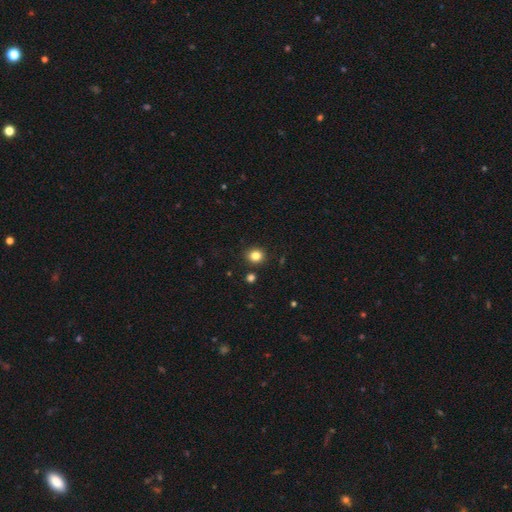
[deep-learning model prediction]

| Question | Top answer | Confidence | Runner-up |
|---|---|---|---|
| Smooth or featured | smooth | 83% | star or artifact (12%) |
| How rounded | round | 80% | in between (19%) |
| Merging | none | 89% | minor disturbance (6%) |